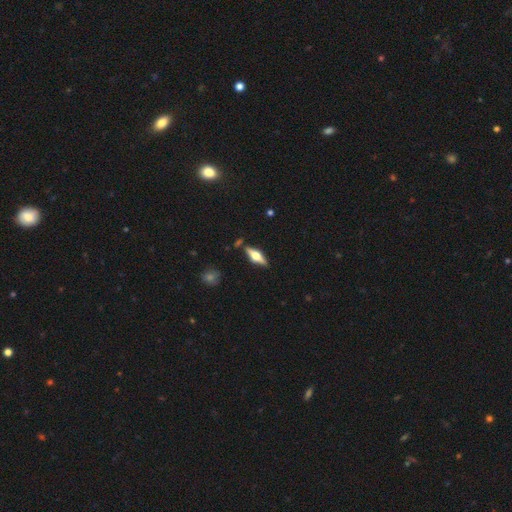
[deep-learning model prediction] Smooth or featured? Predicted: featured or disk (p=0.65). Edge-on disk? Predicted: yes (p=0.95). Edge-on bulge? Predicted: rounded (p=0.93). Merging? Predicted: none (p=0.84).